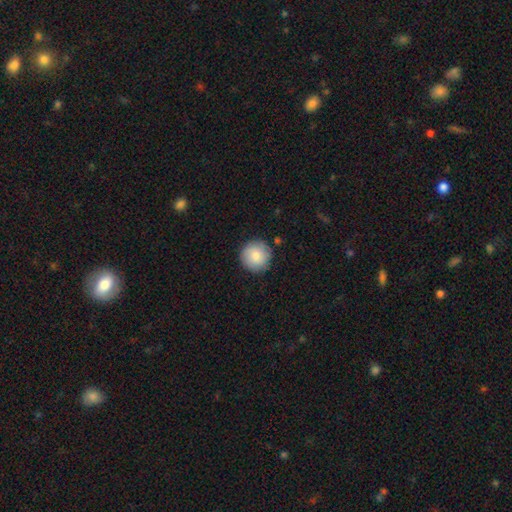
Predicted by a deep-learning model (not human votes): This appears to be a smooth galaxy with no disk features (84%) that is round (95%). Merging: none (88%).